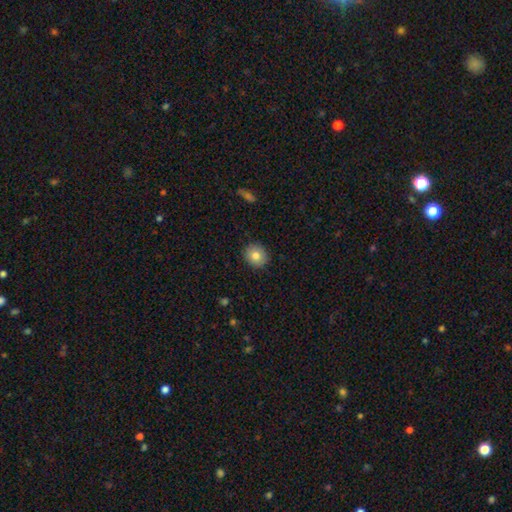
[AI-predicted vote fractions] Smooth or featured? smooth (81%)
How rounded? round (81%)
Merging? none (89%)